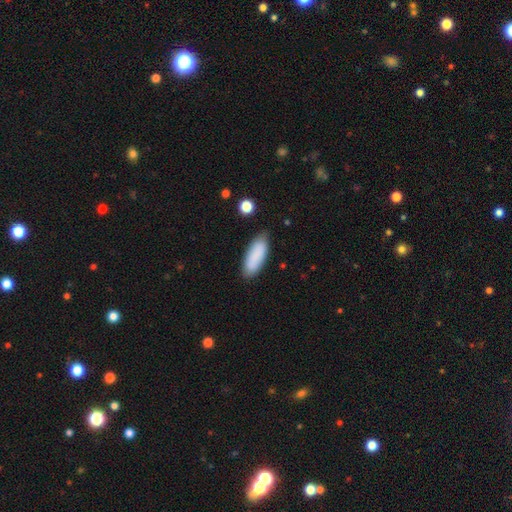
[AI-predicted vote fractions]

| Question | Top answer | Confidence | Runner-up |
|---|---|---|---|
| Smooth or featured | smooth | 87% | featured or disk (7%) |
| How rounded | in between | 72% | cigar-shaped (26%) |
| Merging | none | 82% | minor disturbance (13%) |